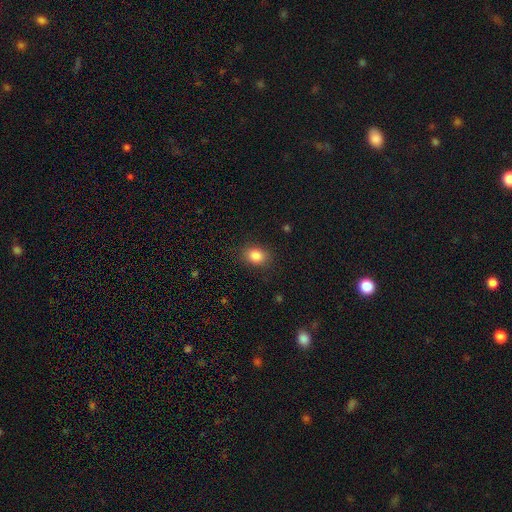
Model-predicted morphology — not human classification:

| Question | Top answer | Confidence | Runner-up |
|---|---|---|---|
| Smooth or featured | smooth | 85% | star or artifact (10%) |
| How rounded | in between | 62% | round (37%) |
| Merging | none | 85% | minor disturbance (11%) |